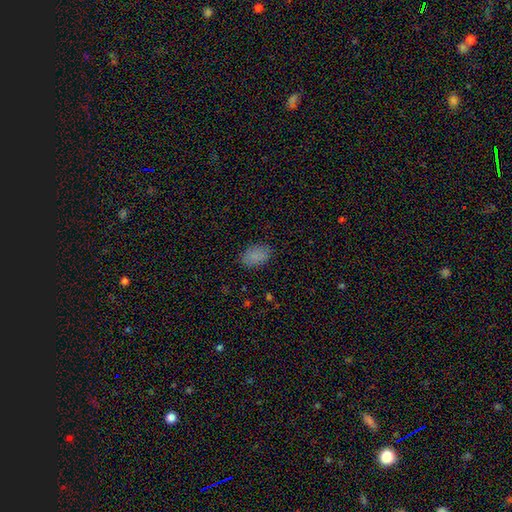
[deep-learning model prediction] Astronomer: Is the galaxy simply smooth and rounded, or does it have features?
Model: smooth — 85%.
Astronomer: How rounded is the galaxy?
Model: in between — 86%.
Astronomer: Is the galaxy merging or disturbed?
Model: none — 84%.